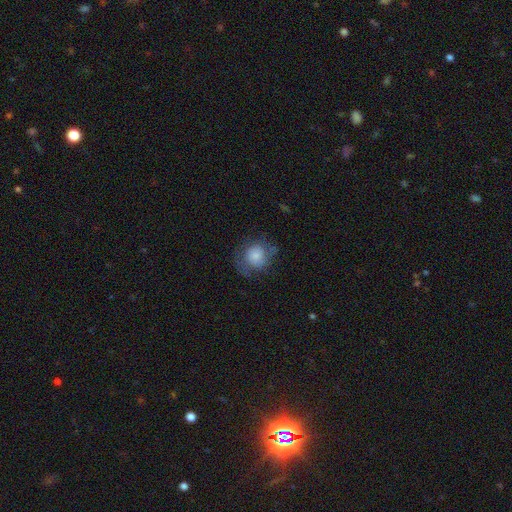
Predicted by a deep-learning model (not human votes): smooth 64%, featured or disk 28%, star or artifact 8%. Down the decision tree: how rounded — round (80%); merging — none (55%).